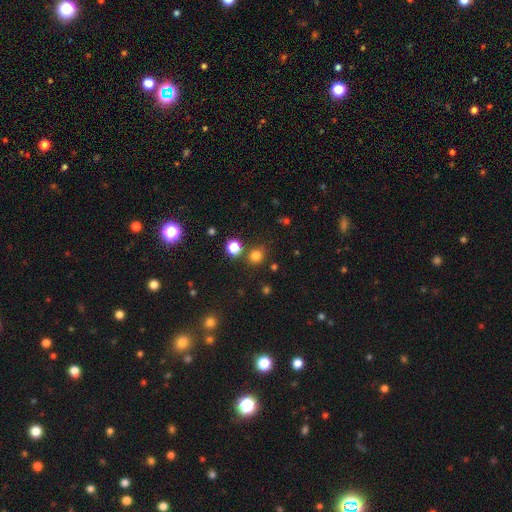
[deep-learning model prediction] Smooth or featured? Predicted: smooth (p=0.77). How rounded? Predicted: round (p=0.85). Merging? Predicted: none (p=0.78).